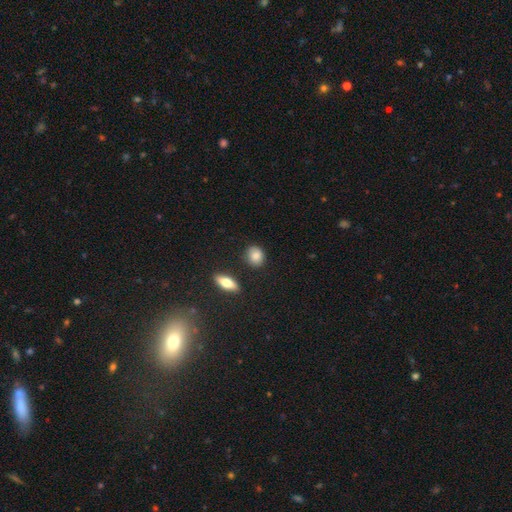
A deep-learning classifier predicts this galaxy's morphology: smooth-or-featured: smooth: 86% | star or artifact: 7% | featured or disk: 7%
  how-rounded: round: 60% | in between: 38% | cigar-shaped: 3%
  merging: none: 83% | minor disturbance: 11% | merger: 3% | major disturbance: 3%